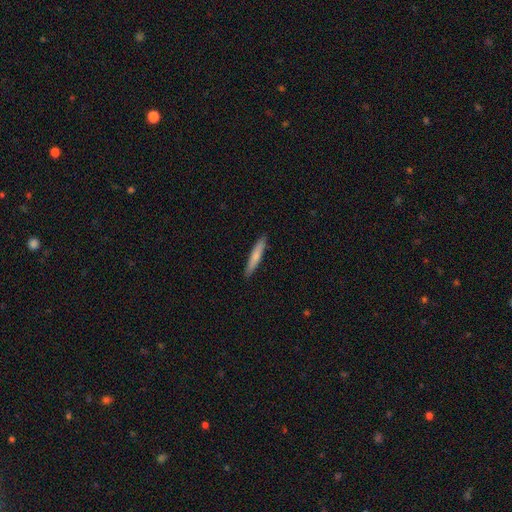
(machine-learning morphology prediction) Q: Smooth or featured?
A: smooth (75%); runner-up: featured or disk (20%)
Q: How rounded?
A: cigar-shaped (92%); runner-up: in between (6%)
Q: Merging?
A: none (90%); runner-up: minor disturbance (7%)